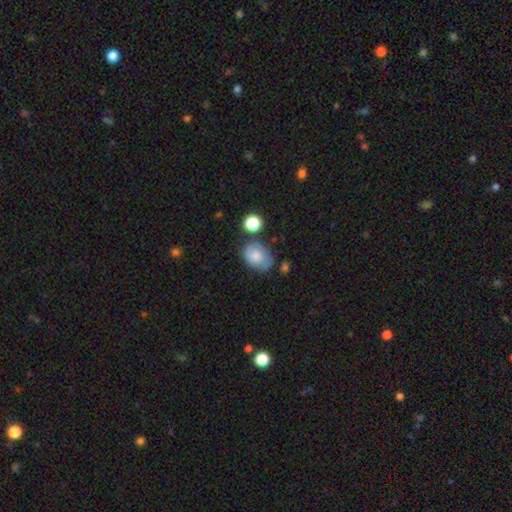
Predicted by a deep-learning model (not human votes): This appears to be a smooth galaxy with no disk features (77%) that is in between round and cigar-shaped (62%). Merging: none (54%).